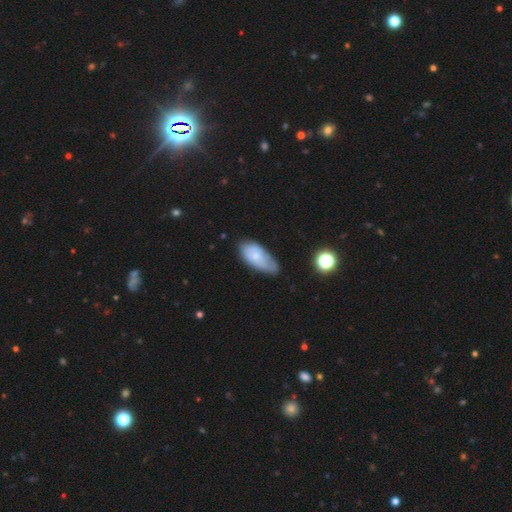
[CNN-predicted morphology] smooth_or_featured: smooth (p=0.61) [alt: featured or disk p=0.31]
how_rounded: in between (p=0.89) [alt: cigar-shaped p=0.08]
merging: none (p=0.46) [alt: minor disturbance p=0.38]